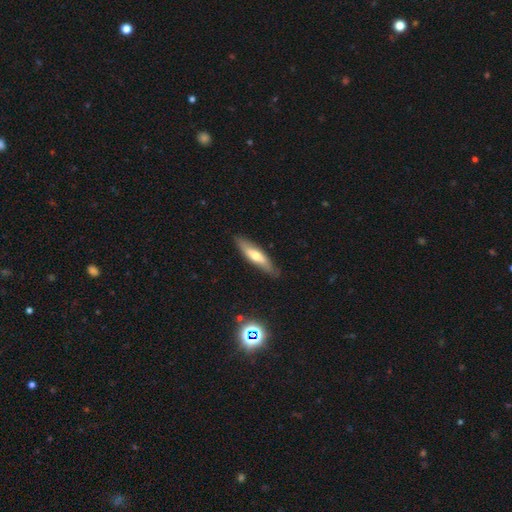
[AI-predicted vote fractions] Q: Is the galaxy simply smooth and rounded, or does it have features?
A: smooth — 53%.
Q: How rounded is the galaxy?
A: cigar-shaped — 70%.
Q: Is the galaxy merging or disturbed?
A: none — 83%.